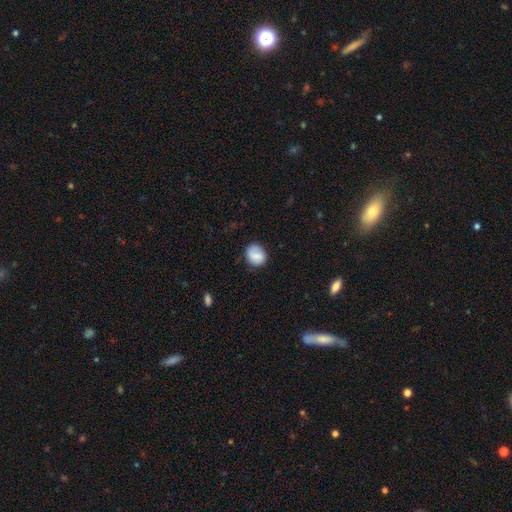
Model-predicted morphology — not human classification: Q: Smooth or featured?
A: smooth (76%); runner-up: featured or disk (16%)
Q: How rounded?
A: round (68%); runner-up: in between (31%)
Q: Merging?
A: none (72%); runner-up: minor disturbance (20%)